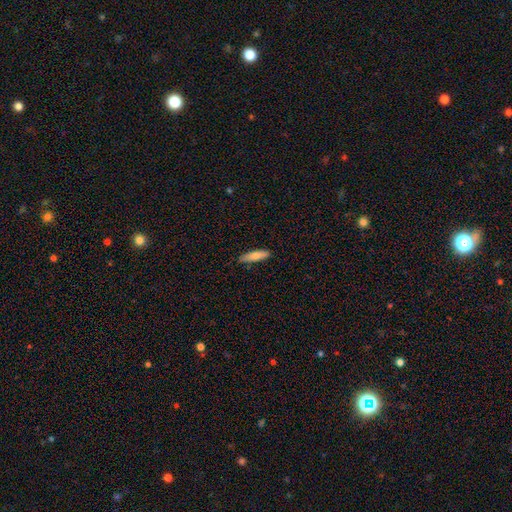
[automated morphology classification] Smooth or featured? smooth (79%)
How rounded? cigar-shaped (71%)
Merging? none (83%)